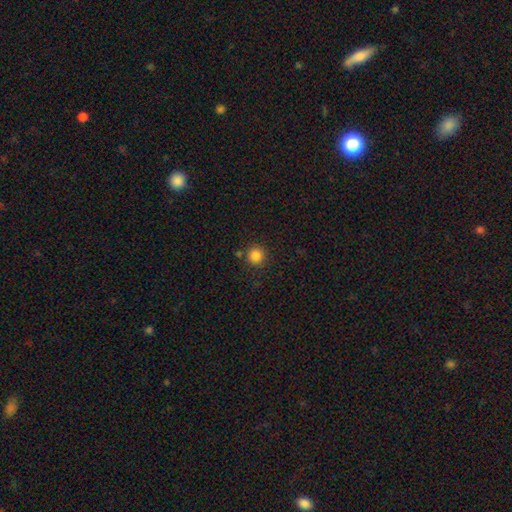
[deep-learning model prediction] Q: Smooth or featured?
A: smooth (85%); runner-up: star or artifact (11%)
Q: How rounded?
A: round (94%); runner-up: in between (5%)
Q: Merging?
A: none (85%); runner-up: minor disturbance (8%)